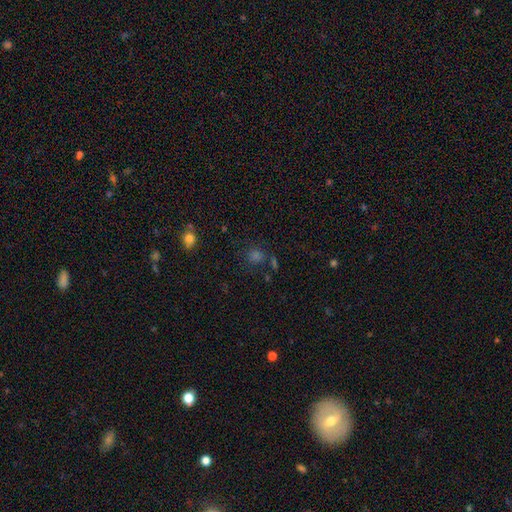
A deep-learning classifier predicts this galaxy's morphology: The model was most divided on "smooth or featured": smooth: 52%, star or artifact: 39%, featured or disk: 9%. More confident: how rounded — round (86%); merging — none (75%).